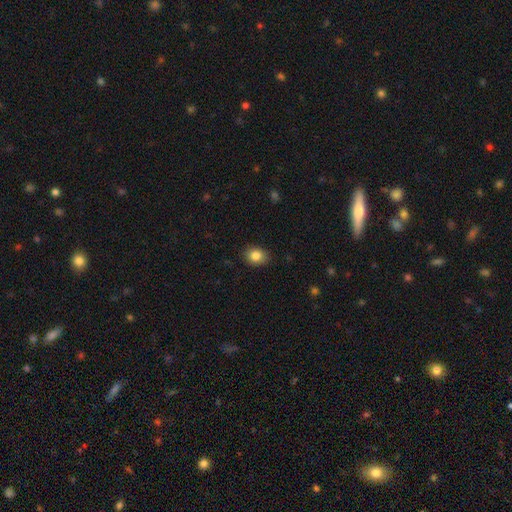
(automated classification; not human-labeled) Overall: smooth (85%). How rounded: in between (53%; round 47%). Merging: none (87%).